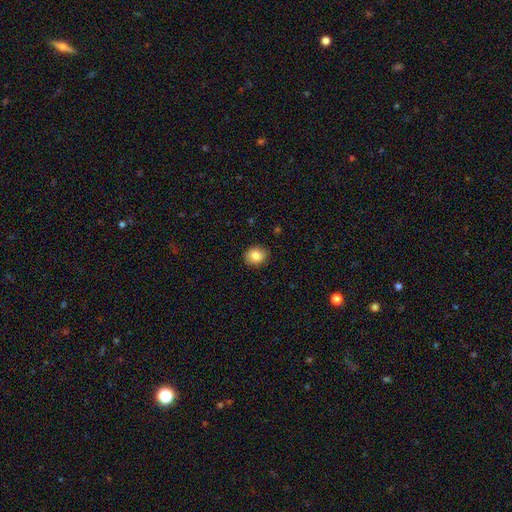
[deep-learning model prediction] Smooth or featured: smooth — 84% (star or artifact — 9%)
How rounded: round — 67% (in between — 32%)
Merging: none — 88% (minor disturbance — 9%)